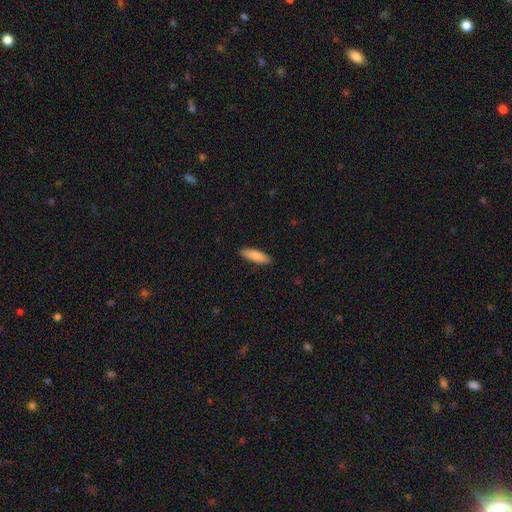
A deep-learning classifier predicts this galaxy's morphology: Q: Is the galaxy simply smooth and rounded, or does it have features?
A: smooth — 85%.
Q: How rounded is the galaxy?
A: cigar-shaped — 51%.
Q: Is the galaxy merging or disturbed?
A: none — 89%.